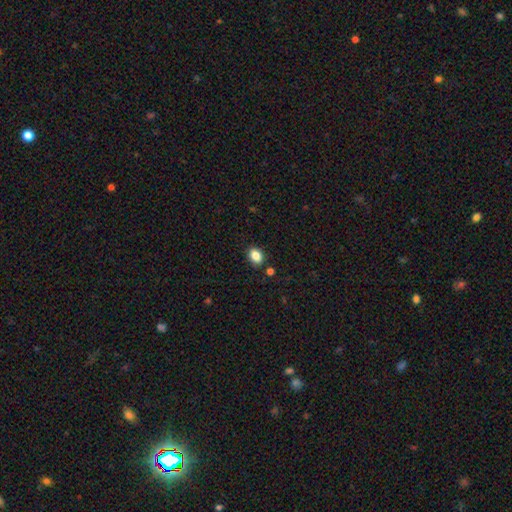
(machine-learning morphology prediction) smooth-or-featured: smooth: 85% | star or artifact: 9% | featured or disk: 5%
  how-rounded: in between: 75% | round: 23% | cigar-shaped: 1%
  merging: none: 85% | minor disturbance: 10% | merger: 3% | major disturbance: 2%